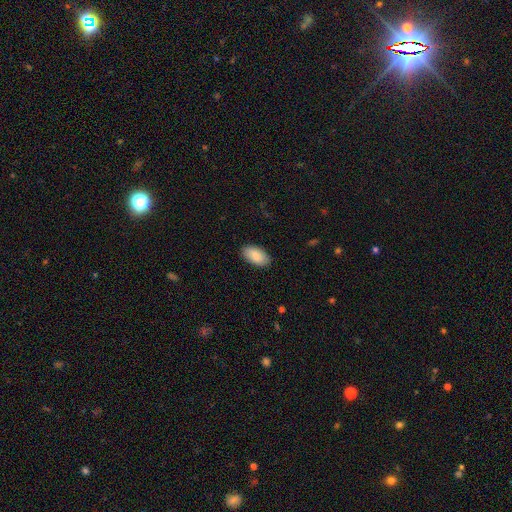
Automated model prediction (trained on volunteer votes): A smooth galaxy with no disk features (86%) that is in between round and cigar-shaped (95%).

Vote fractions:
- Smooth or featured? smooth: 86% / featured or disk: 9% / star or artifact: 6%
- How rounded? in between: 95% / round: 3% / cigar-shaped: 2%
- Merging? none: 88% / minor disturbance: 10% / major disturbance: 2% / merger: 1%